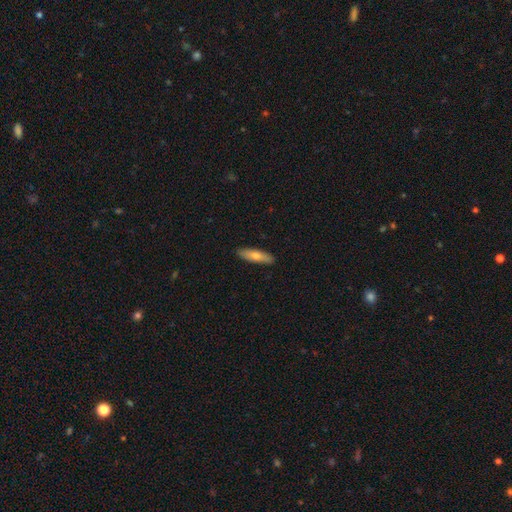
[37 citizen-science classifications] Smooth or featured: smooth — 78% (featured or disk — 19%)
How rounded: cigar-shaped — 62% (in between — 38%)
Merging: none — 97% (major disturbance — 3%)